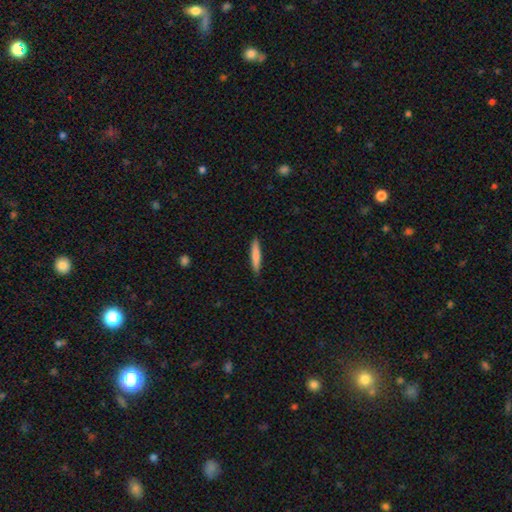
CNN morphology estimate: Q: Smooth or featured?
A: smooth (80%); runner-up: featured or disk (15%)
Q: How rounded?
A: cigar-shaped (92%); runner-up: in between (7%)
Q: Merging?
A: none (90%); runner-up: minor disturbance (7%)